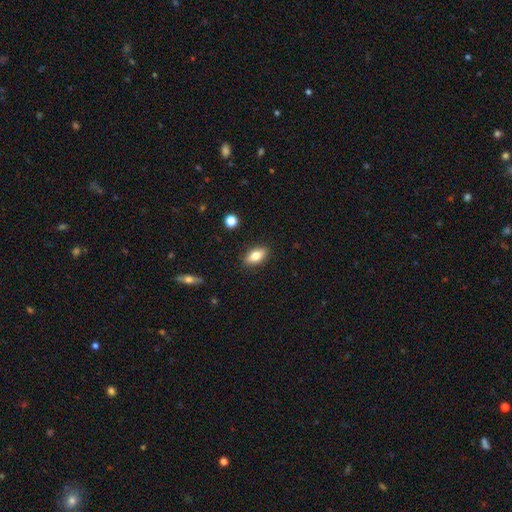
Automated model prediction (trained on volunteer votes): Smooth or featured?
  - smooth: 75% *
  - featured or disk: 18%
  - star or artifact: 8%
How rounded?
  - in between: 84% *
  - cigar-shaped: 11%
  - round: 5%
Merging?
  - none: 88% *
  - minor disturbance: 9%
  - major disturbance: 2%
  - merger: 1%